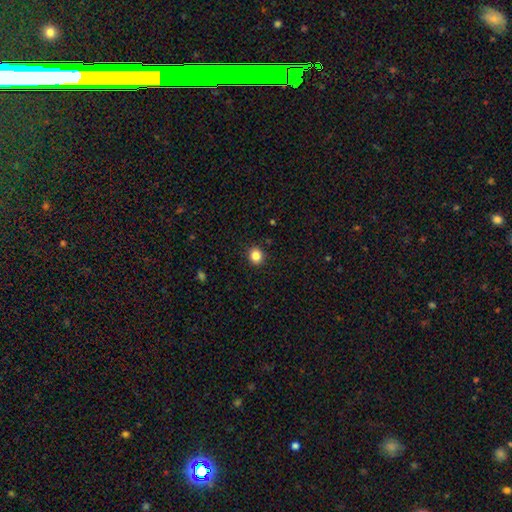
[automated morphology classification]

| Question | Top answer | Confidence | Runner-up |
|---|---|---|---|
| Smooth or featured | smooth | 84% | star or artifact (11%) |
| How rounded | round | 81% | in between (18%) |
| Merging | none | 91% | minor disturbance (6%) |